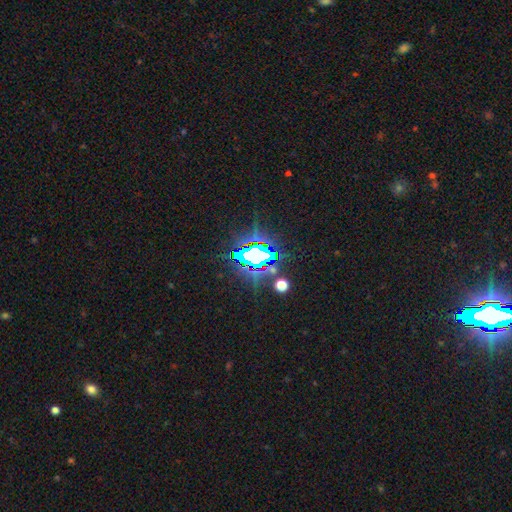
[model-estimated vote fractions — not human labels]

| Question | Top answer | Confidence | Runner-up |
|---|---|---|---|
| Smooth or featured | star or artifact | 72% | featured or disk (14%) |